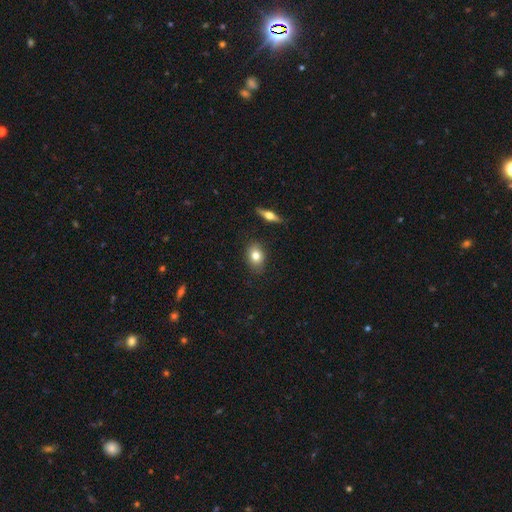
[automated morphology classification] smooth-or-featured: smooth: 77% | featured or disk: 14% | star or artifact: 9%
  how-rounded: in between: 66% | round: 32% | cigar-shaped: 2%
  merging: none: 84% | minor disturbance: 11% | major disturbance: 2% | merger: 2%